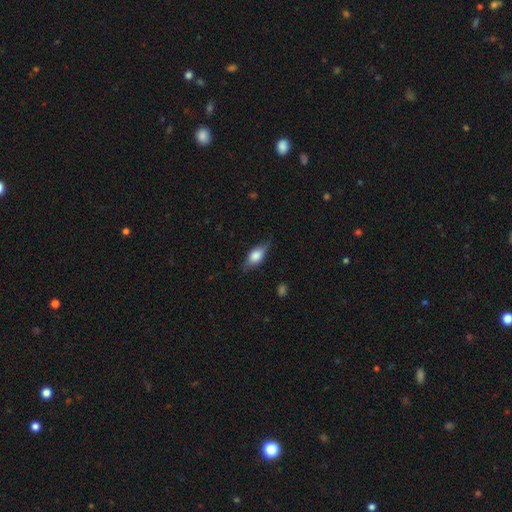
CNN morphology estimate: A smooth galaxy with no disk features (66%) that is in between round and cigar-shaped (81%). Merging: none (72%).